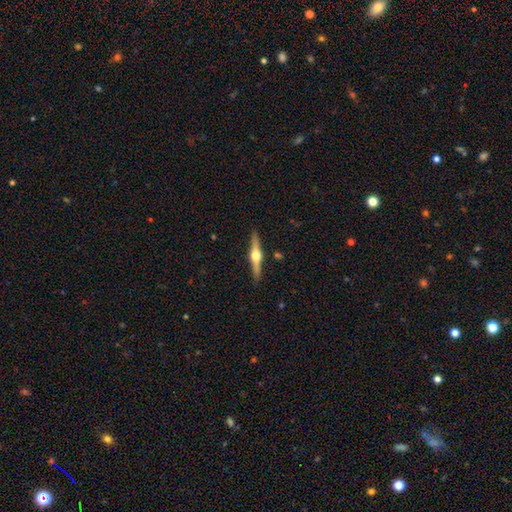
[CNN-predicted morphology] Smooth or featured? Predicted: featured or disk (p=0.77). Edge-on disk? Predicted: yes (p=0.98). Edge-on bulge? Predicted: rounded (p=0.96). Merging? Predicted: none (p=0.90).